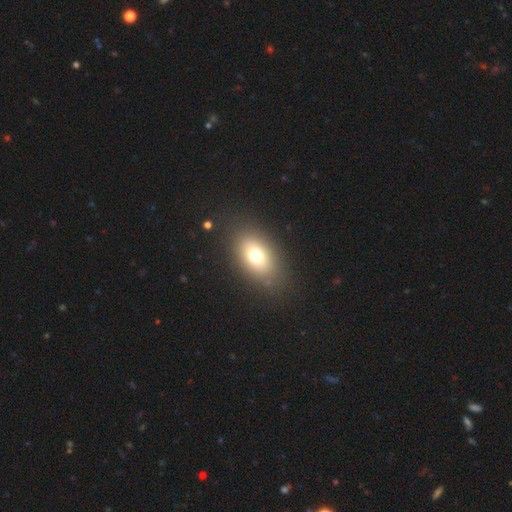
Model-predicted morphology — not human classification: Smooth or featured? Predicted: smooth (p=0.71). How rounded? Predicted: in between (p=0.82). Merging? Predicted: none (p=0.82).